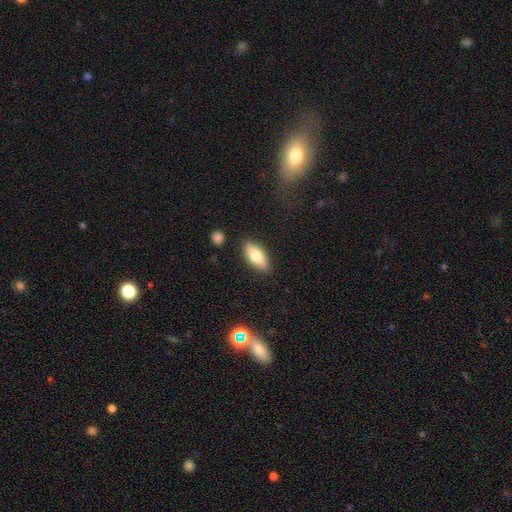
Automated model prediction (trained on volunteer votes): smooth_or_featured: smooth (p=0.74) [alt: featured or disk p=0.20]
how_rounded: in between (p=0.78) [alt: cigar-shaped p=0.19]
merging: none (p=0.85) [alt: minor disturbance p=0.10]